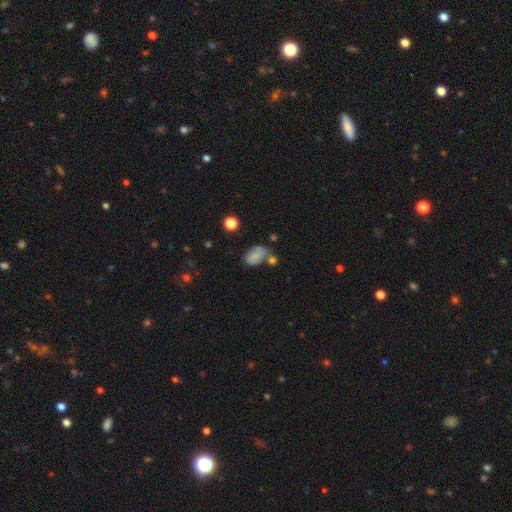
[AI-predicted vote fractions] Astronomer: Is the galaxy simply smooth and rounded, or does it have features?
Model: smooth — 72%.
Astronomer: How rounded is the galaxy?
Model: in between — 85%.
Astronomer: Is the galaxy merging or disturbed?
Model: none — 43% (runner-up: minor disturbance, 24%).